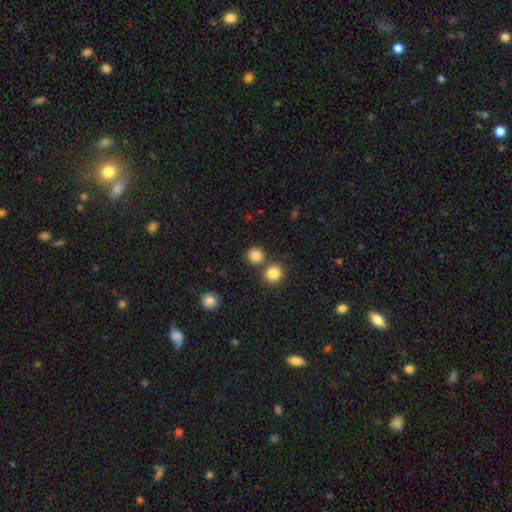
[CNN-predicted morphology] Smooth or featured: smooth — 85% (star or artifact — 11%)
How rounded: round — 92% (in between — 7%)
Merging: none — 76% (merger — 15%)